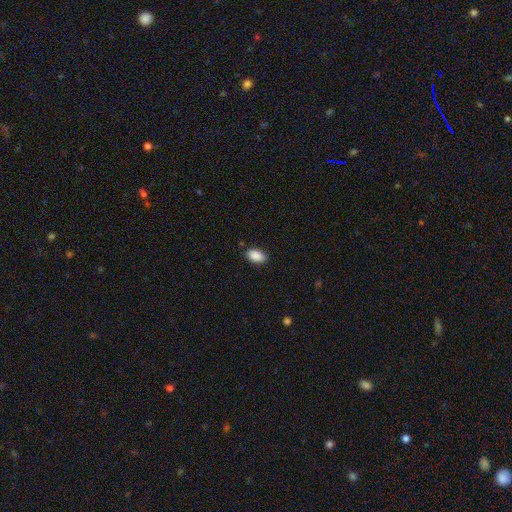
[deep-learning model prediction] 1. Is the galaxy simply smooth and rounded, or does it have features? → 90% smooth, 7% star or artifact, 3% featured or disk.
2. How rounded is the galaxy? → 93% in between, 5% round, 2% cigar-shaped.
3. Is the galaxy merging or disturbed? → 86% none, 11% minor disturbance, 2% major disturbance, 1% merger.